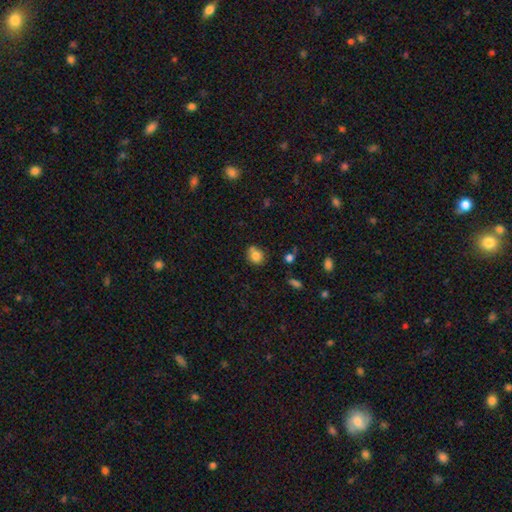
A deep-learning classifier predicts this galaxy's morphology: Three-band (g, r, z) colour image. It shows a smooth galaxy with no disk features (80%) that is round (69%). Merging: none (59%).